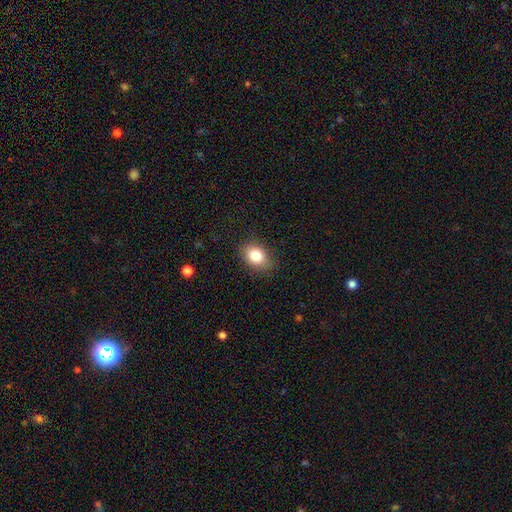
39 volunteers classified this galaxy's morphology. Q: Smooth or featured?
A: smooth (87%); runner-up: featured or disk (8%)
Q: How rounded?
A: in between (62%); runner-up: round (38%)
Q: Merging?
A: none (84%); runner-up: minor disturbance (14%)